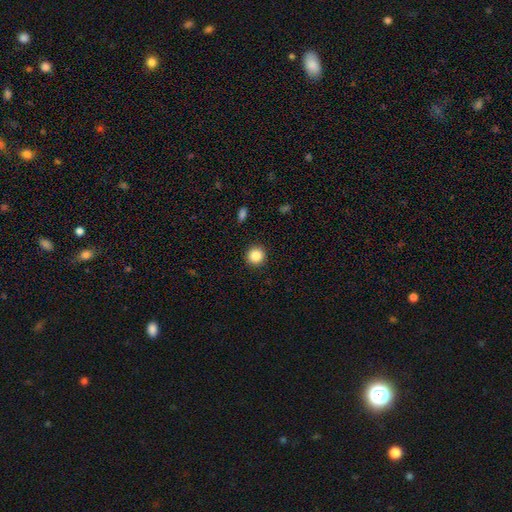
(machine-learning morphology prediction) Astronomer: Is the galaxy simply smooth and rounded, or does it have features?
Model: smooth — 87%.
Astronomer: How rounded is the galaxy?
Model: round — 93%.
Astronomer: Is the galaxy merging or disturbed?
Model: none — 92%.